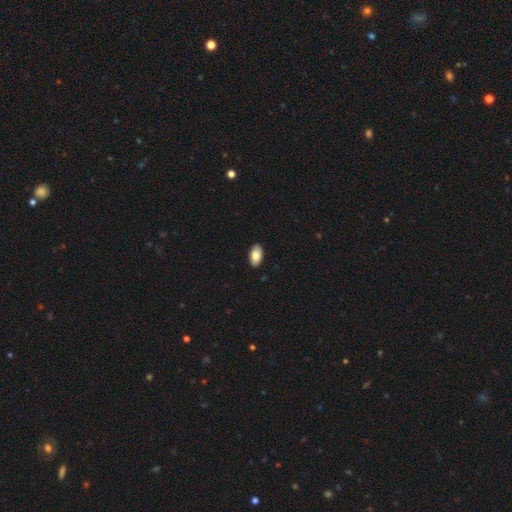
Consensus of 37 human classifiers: Smooth or featured?
  - smooth: 81% *
  - featured or disk: 14%
  - star or artifact: 5%
How rounded?
  - in between: 93% *
  - round: 3%
  - cigar-shaped: 3%
Merging?
  - none: 86% *
  - minor disturbance: 14%
  - major disturbance: 0%
  - merger: 0%